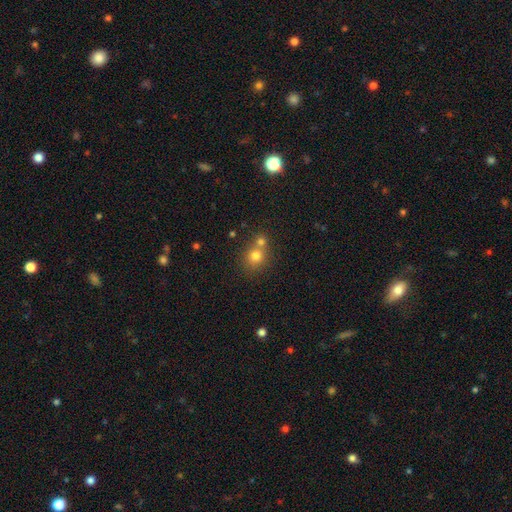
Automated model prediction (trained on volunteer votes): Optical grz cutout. It shows a smooth galaxy with no disk features (76%) that is round (80%). Merging: none (48%).